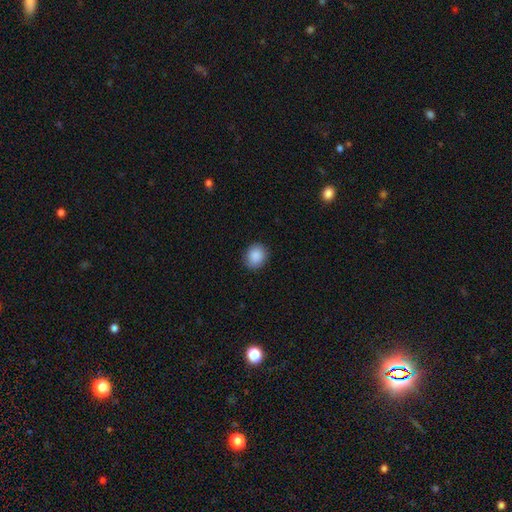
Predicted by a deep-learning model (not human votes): Morphology: type=smooth (89%); roundness=round (65%); merging=none (87%).